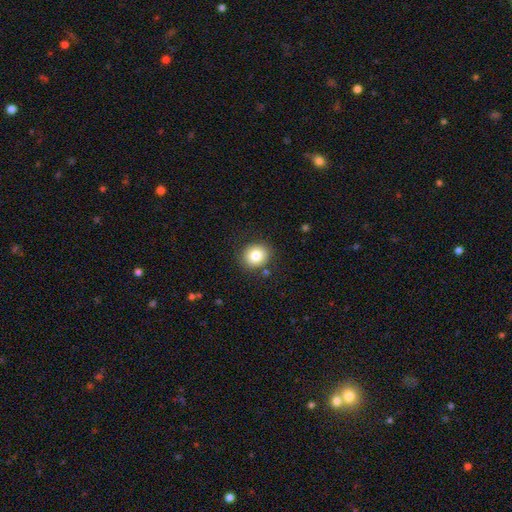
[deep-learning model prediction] Smooth or featured? Predicted: smooth (p=0.81). How rounded? Predicted: round (p=0.78). Merging? Predicted: none (p=0.87).